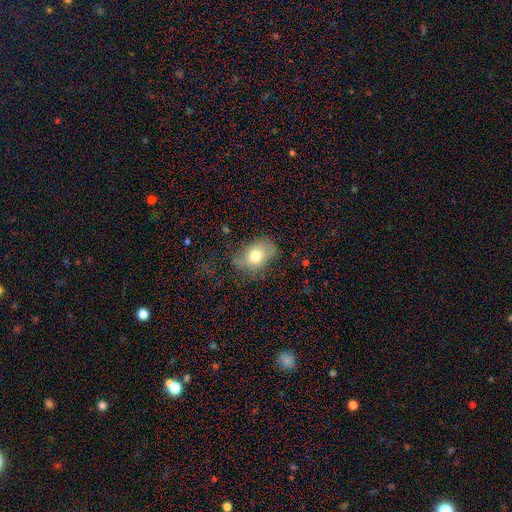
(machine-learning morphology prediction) This appears to be a smooth galaxy with no disk features (73%) that is in between round and cigar-shaped (72%). Merging: none (65%).